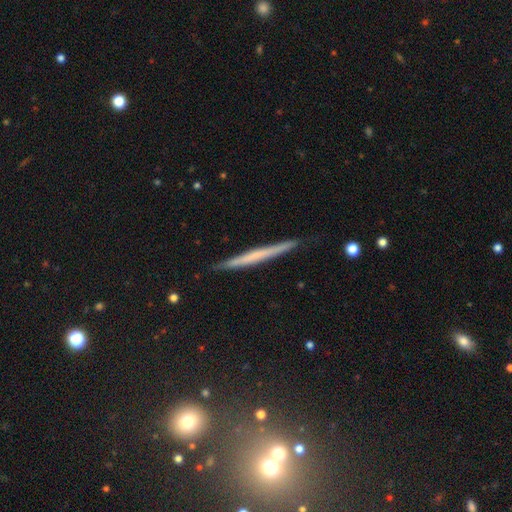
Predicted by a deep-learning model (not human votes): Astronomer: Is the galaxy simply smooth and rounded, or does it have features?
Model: featured or disk — 48% (runner-up: smooth, 45%).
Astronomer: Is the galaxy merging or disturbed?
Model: none — 89%.